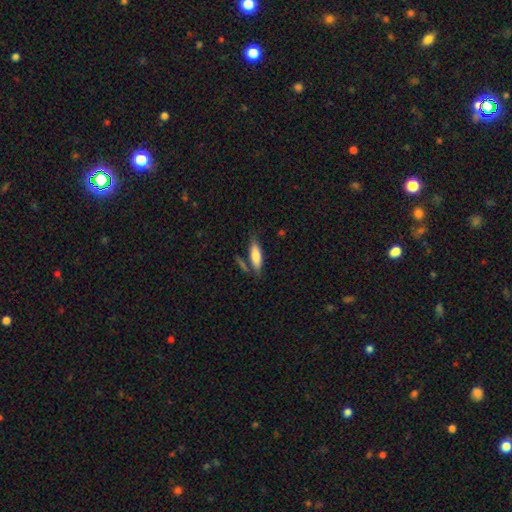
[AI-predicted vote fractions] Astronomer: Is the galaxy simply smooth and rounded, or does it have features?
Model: smooth — 79%.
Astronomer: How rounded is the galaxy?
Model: cigar-shaped — 49%, tied with in between at 49%.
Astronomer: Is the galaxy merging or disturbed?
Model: none — 68%.